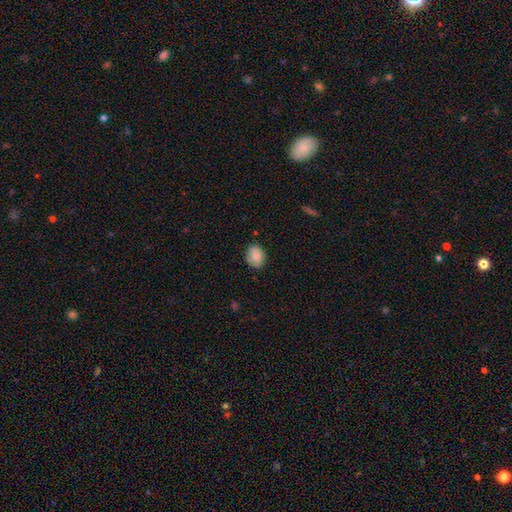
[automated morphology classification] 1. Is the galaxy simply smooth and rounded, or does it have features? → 80% smooth, 12% featured or disk, 8% star or artifact.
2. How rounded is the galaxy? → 52% in between, 47% round, 1% cigar-shaped.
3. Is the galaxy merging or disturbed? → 77% none, 18% minor disturbance, 3% major disturbance, 1% merger.